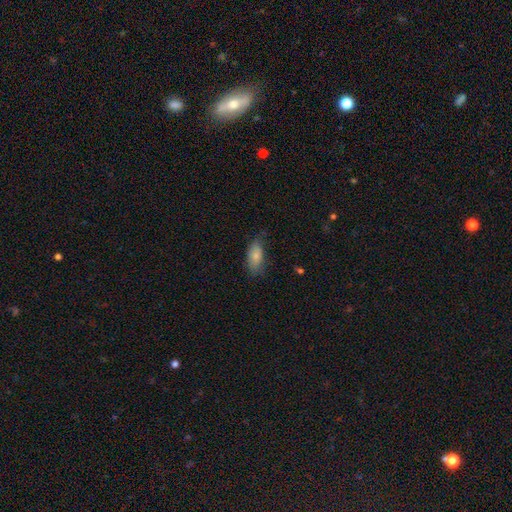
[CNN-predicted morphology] Smooth or featured? smooth (80%)
How rounded? in between (89%)
Merging? none (63%)